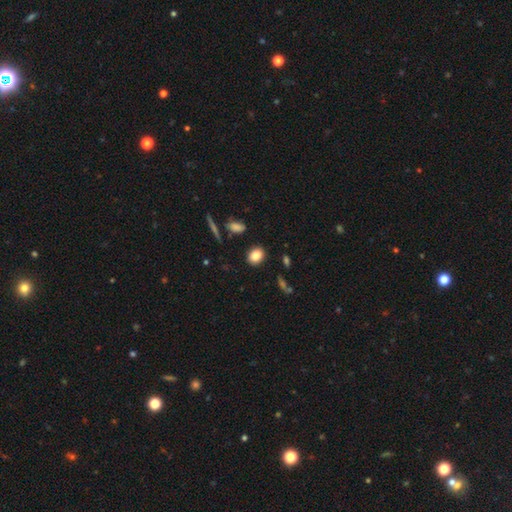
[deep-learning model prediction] smooth 85%, star or artifact 9%, featured or disk 6%. Down the decision tree: how rounded — in between (50%); merging — none (88%).